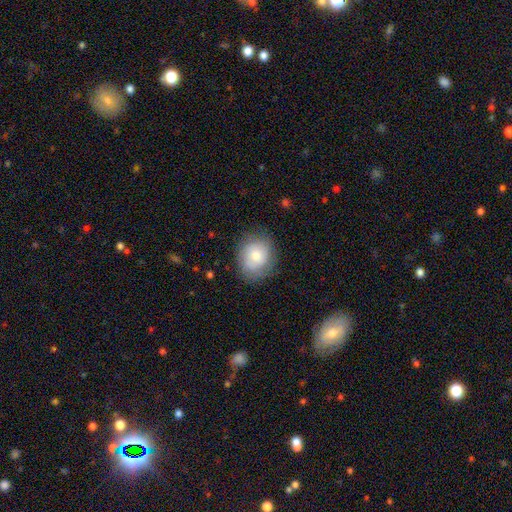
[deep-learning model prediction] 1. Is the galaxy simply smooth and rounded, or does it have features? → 67% smooth, 25% featured or disk, 8% star or artifact.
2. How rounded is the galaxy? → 64% round, 35% in between, 1% cigar-shaped.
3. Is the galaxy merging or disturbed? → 78% none, 16% minor disturbance, 5% major disturbance, 1% merger.